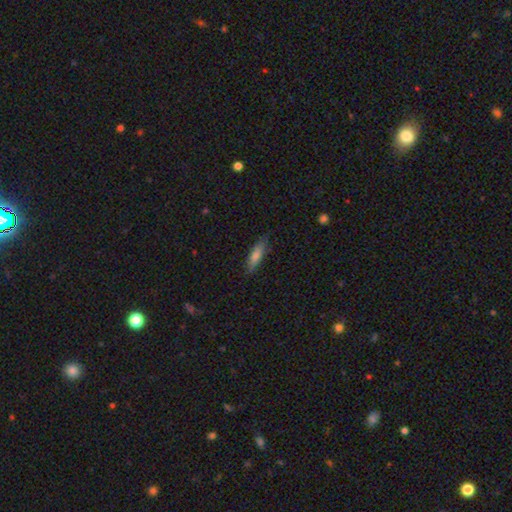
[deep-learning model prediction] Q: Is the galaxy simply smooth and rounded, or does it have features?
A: smooth — 74%.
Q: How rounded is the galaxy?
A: cigar-shaped — 67%.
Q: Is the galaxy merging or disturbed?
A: none — 83%.